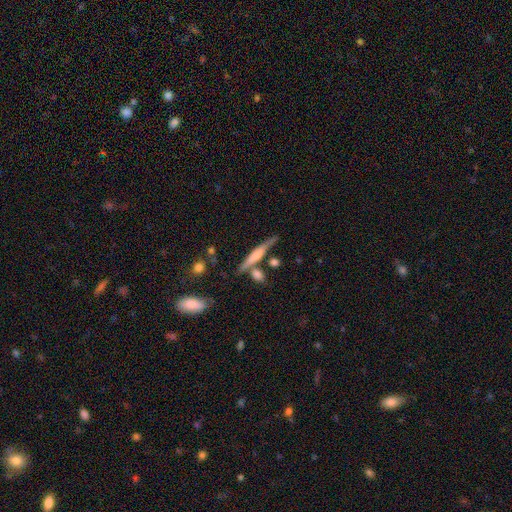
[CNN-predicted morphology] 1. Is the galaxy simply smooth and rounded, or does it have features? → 54% featured or disk, 39% smooth, 7% star or artifact.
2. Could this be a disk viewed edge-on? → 93% yes, 7% no.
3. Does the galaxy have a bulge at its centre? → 51% rounded, 28% boxy, 21% none.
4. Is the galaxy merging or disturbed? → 68% none, 14% minor disturbance, 14% merger, 4% major disturbance.